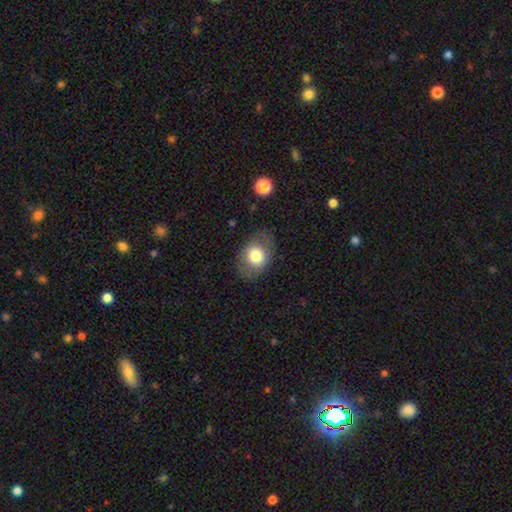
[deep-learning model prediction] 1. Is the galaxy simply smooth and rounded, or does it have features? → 72% smooth, 20% featured or disk, 7% star or artifact.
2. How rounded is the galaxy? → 69% in between, 30% round, 1% cigar-shaped.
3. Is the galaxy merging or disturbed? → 79% none, 13% minor disturbance, 6% major disturbance, 1% merger.